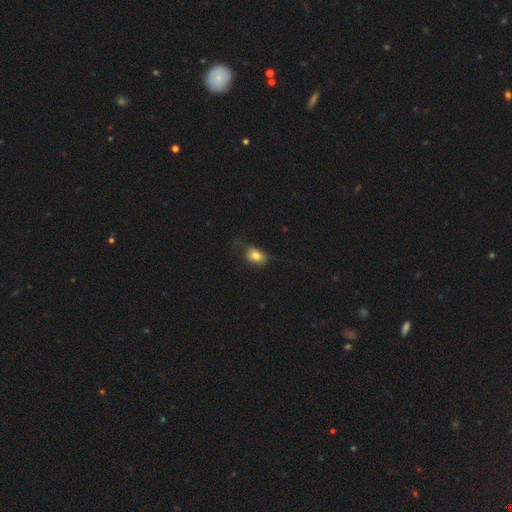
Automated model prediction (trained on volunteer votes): Smooth or featured?
  - smooth: 80% *
  - featured or disk: 11%
  - star or artifact: 9%
How rounded?
  - in between: 71% *
  - round: 27%
  - cigar-shaped: 2%
Merging?
  - none: 49% *
  - minor disturbance: 30%
  - major disturbance: 19%
  - merger: 2%